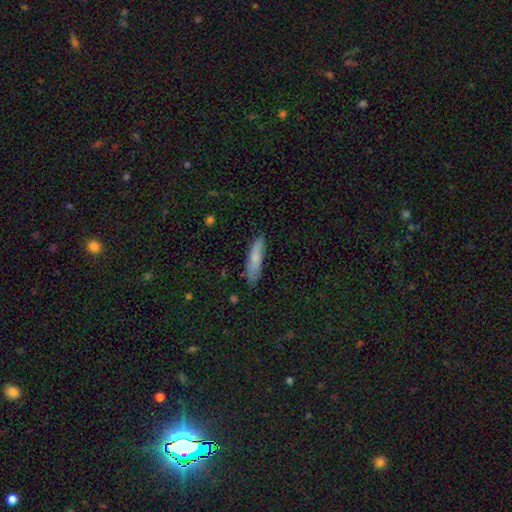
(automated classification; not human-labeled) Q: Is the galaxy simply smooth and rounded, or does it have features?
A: smooth — 73%.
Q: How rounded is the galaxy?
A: cigar-shaped — 76%.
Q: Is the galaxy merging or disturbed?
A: none — 82%.